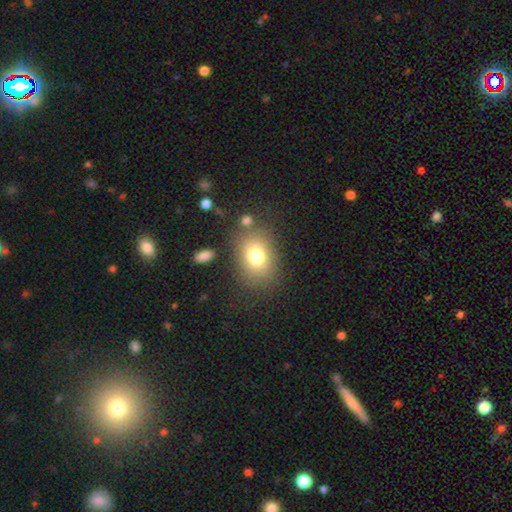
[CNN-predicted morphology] A smooth galaxy with no disk features (75%) that is in between round and cigar-shaped (63%). Merging: none (76%).